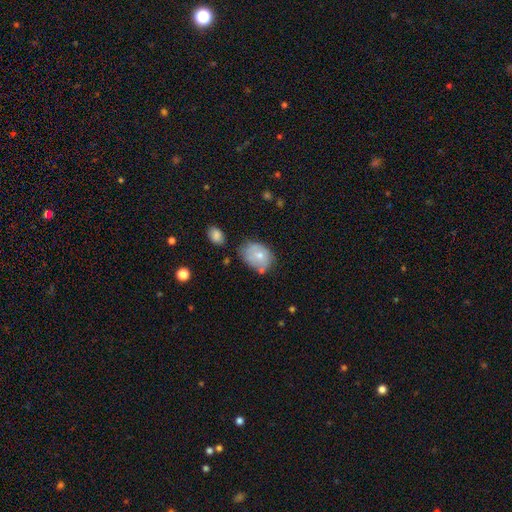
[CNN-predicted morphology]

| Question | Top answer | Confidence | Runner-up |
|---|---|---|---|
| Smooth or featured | smooth | 58% | featured or disk (33%) |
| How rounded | in between | 67% | round (32%) |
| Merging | none | 50% | minor disturbance (32%) |